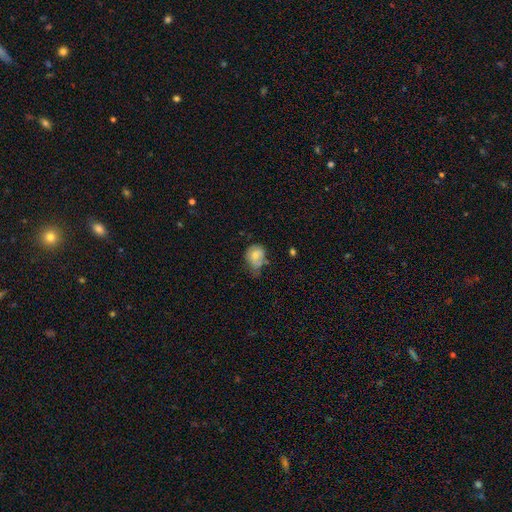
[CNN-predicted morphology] Smooth or featured? Predicted: smooth (p=0.67). How rounded? Predicted: in between (p=0.51). Merging? Predicted: minor disturbance (p=0.40).